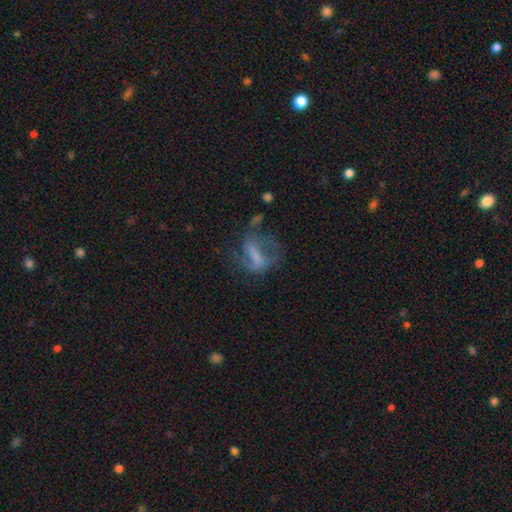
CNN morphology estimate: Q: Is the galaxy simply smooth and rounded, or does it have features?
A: featured or disk — 56%.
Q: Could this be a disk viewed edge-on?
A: no — 96%.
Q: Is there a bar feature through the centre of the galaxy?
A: no — 38%.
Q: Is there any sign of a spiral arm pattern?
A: yes — 53%.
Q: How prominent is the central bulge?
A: none — 51%.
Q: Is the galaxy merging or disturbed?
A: major disturbance — 43%.